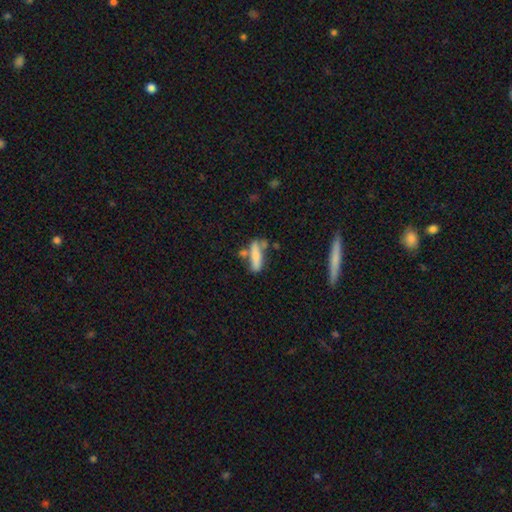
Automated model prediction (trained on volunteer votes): smooth 66%, featured or disk 26%, star or artifact 8%. Down the decision tree: how rounded — cigar-shaped (65%); merging — none (48%).